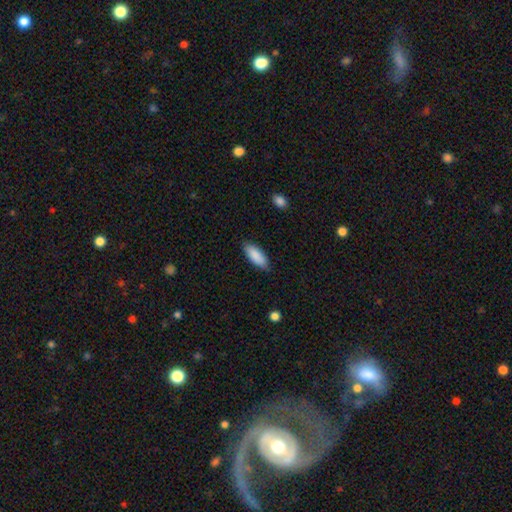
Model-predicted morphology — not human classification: smooth 88%, star or artifact 6%, featured or disk 6%. Down the decision tree: how rounded — in between (76%); merging — none (84%).